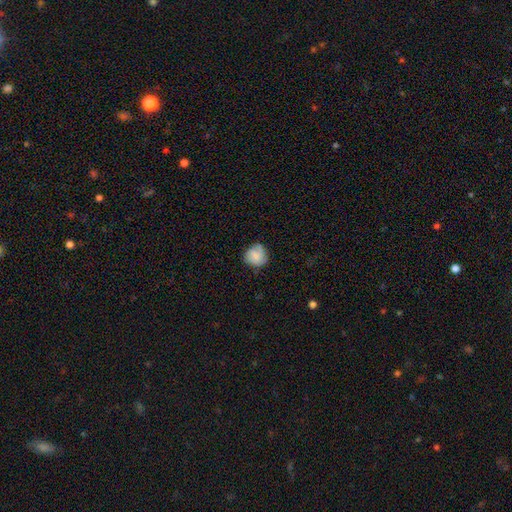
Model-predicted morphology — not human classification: This is likely a smooth galaxy (70%). How rounded: clearly round (83%). Merging: likely none (71%).